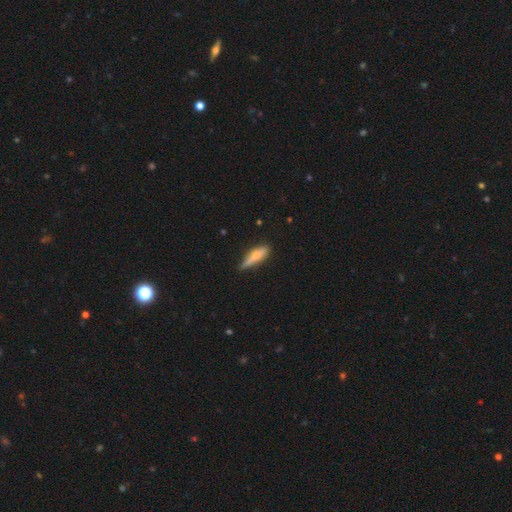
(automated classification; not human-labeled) This is likely a smooth galaxy (68%). How rounded: likely cigar-shaped (70%). Merging: possibly none (58%).